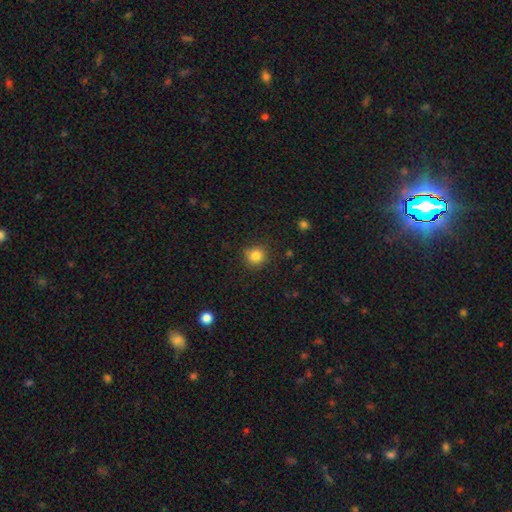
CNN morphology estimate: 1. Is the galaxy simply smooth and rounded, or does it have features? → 84% smooth, 11% star or artifact, 5% featured or disk.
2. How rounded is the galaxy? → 90% round, 9% in between, 1% cigar-shaped.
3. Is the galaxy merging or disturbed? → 87% none, 9% minor disturbance, 2% major disturbance, 1% merger.